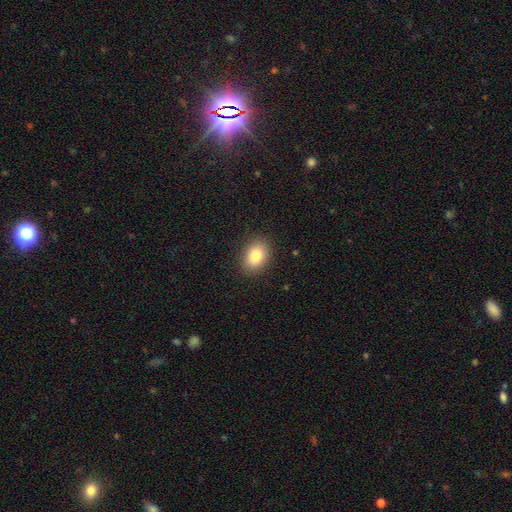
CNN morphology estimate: smooth 84%, star or artifact 9%, featured or disk 7%. Down the decision tree: how rounded — in between (74%); merging — none (88%).